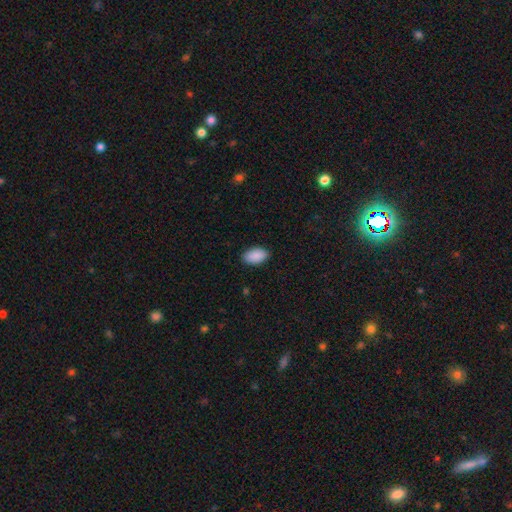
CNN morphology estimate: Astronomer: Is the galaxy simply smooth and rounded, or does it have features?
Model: smooth — 91%.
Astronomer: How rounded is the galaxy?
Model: in between — 94%.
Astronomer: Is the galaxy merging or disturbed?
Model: none — 88%.